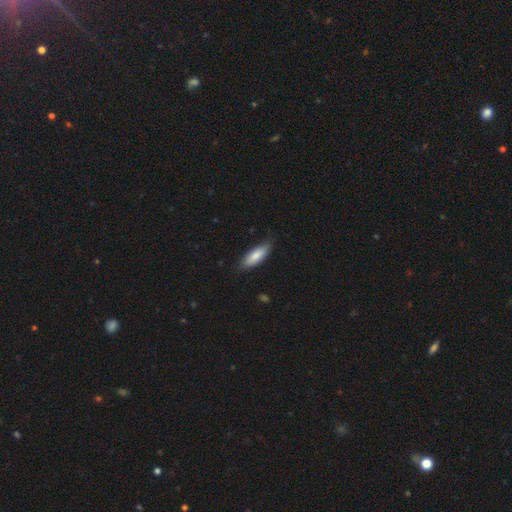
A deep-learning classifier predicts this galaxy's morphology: smooth-or-featured: smooth: 80% | featured or disk: 14% | star or artifact: 6%
  how-rounded: in between: 60% | cigar-shaped: 39% | round: 2%
  merging: none: 76% | minor disturbance: 20% | major disturbance: 3% | merger: 1%